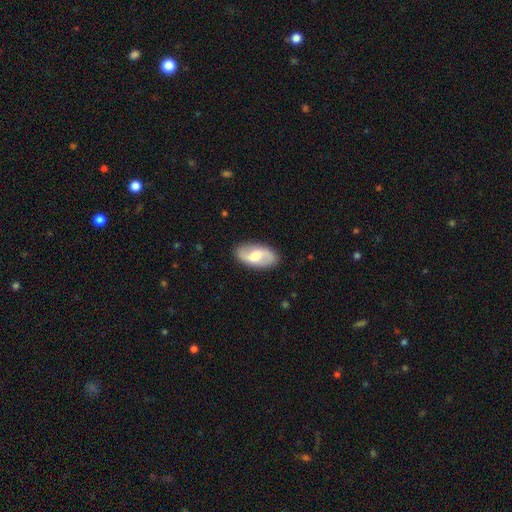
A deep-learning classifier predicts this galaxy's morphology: Smooth or featured? Predicted: featured or disk (p=0.69). Edge-on disk? Predicted: no (p=0.95). Bar? Predicted: weak (p=0.48). Spiral arms? Predicted: yes (p=0.88). Spiral winding? Predicted: loose (p=0.52). Spiral arm count? Predicted: 2 (p=0.91). Bulge size? Predicted: moderate (p=0.66). Merging? Predicted: none (p=0.87).